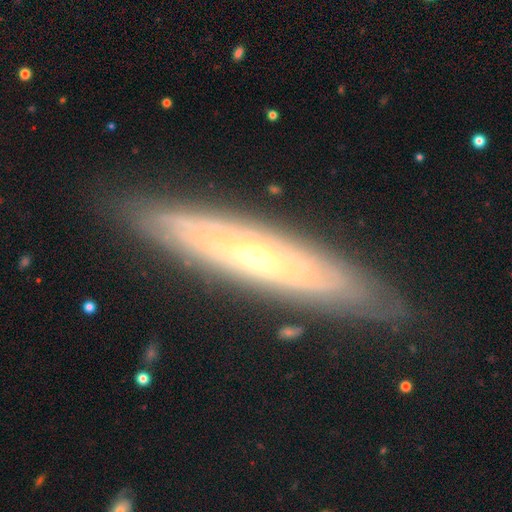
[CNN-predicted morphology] smooth_or_featured: featured or disk (p=0.75) [alt: smooth p=0.18]
disk_edge_on: yes (p=0.51) [alt: no p=0.49]
merging: none (p=0.84) [alt: minor disturbance p=0.12]